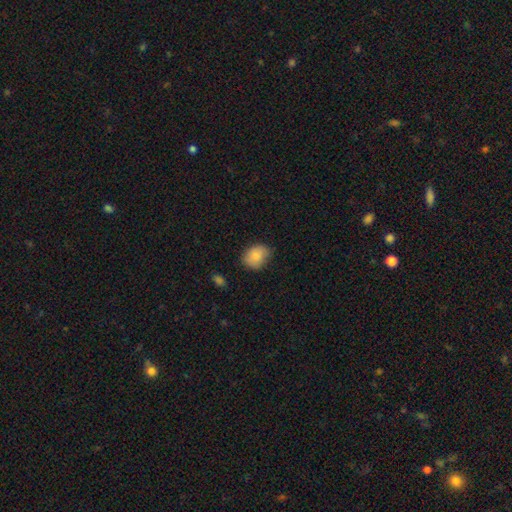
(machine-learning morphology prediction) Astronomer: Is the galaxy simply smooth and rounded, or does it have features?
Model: smooth — 84%.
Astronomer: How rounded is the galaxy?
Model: in between — 57% (runner-up: round, 42%).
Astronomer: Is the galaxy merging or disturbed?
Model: none — 69%.